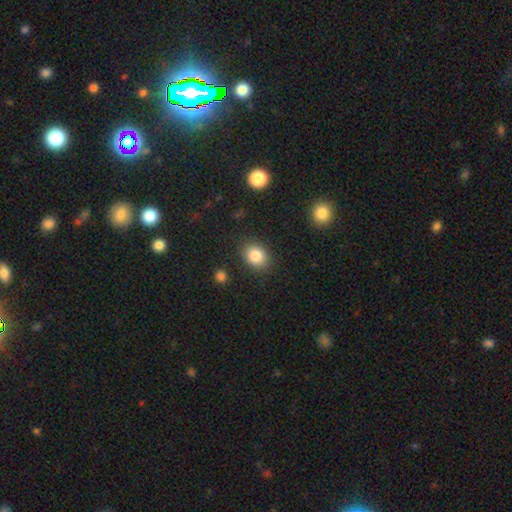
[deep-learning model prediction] A smooth galaxy with no disk features (84%) that is round (52%).

Vote fractions:
- Smooth or featured? smooth: 84% / star or artifact: 10% / featured or disk: 6%
- How rounded? round: 52% / in between: 47% / cigar-shaped: 1%
- Merging? none: 85% / minor disturbance: 10% / major disturbance: 3% / merger: 2%